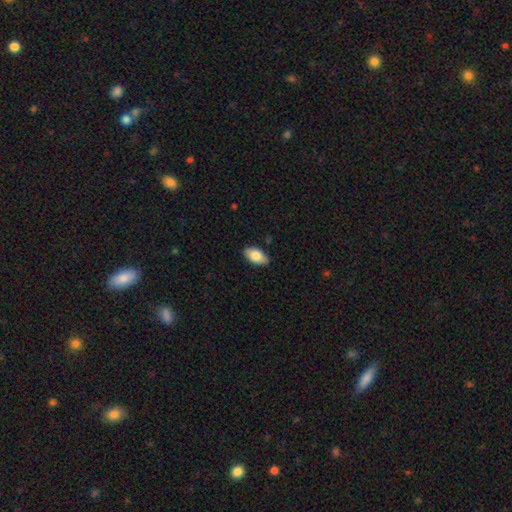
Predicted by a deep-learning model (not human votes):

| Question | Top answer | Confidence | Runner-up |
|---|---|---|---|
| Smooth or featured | smooth | 82% | featured or disk (12%) |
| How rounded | in between | 94% | round (3%) |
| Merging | none | 87% | minor disturbance (10%) |